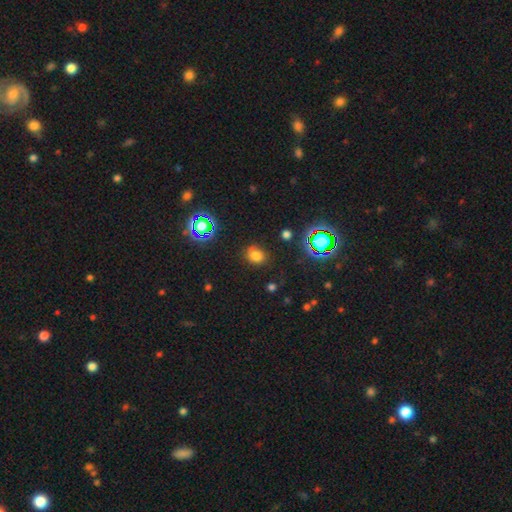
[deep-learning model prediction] smooth-or-featured: smooth: 70% | star or artifact: 23% | featured or disk: 7%
  how-rounded: round: 63% | in between: 36% | cigar-shaped: 1%
  merging: none: 79% | minor disturbance: 14% | major disturbance: 4% | merger: 3%